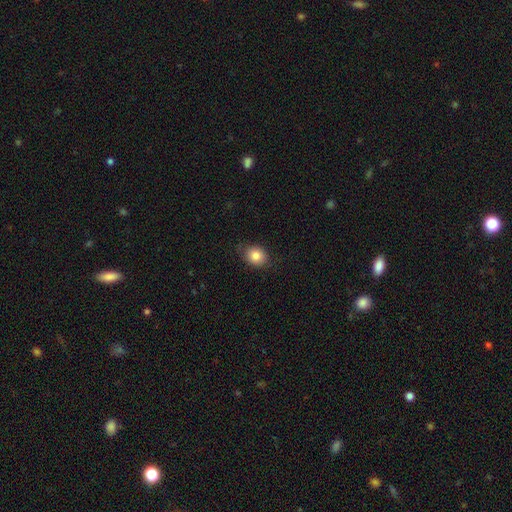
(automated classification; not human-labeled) This is clearly a smooth galaxy (84%). How rounded: possibly round (56%). Merging: clearly none (82%).